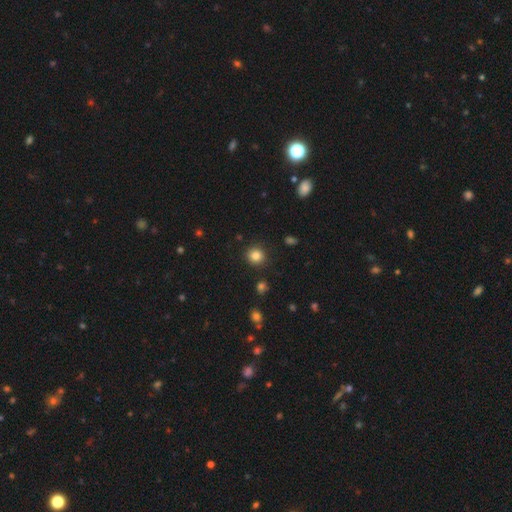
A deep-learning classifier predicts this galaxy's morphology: Smooth or featured?
  - smooth: 84% *
  - star or artifact: 12%
  - featured or disk: 5%
How rounded?
  - round: 91% *
  - in between: 8%
  - cigar-shaped: 1%
Merging?
  - none: 89% *
  - minor disturbance: 6%
  - major disturbance: 2%
  - merger: 2%